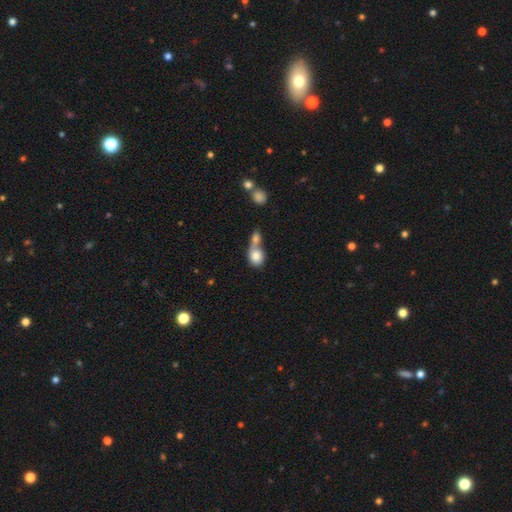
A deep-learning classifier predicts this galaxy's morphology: Smooth or featured? Predicted: smooth (p=0.81). How rounded? Predicted: round (p=0.56). Merging? Predicted: merger (p=0.67).